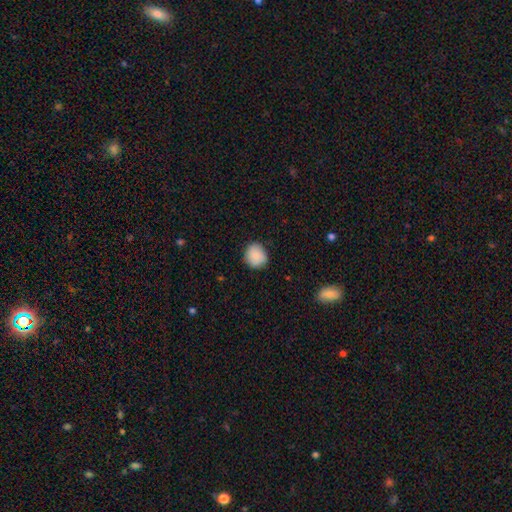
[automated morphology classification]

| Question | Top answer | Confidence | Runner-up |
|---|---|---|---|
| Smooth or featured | smooth | 88% | star or artifact (7%) |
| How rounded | round | 81% | in between (18%) |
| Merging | none | 83% | minor disturbance (14%) |